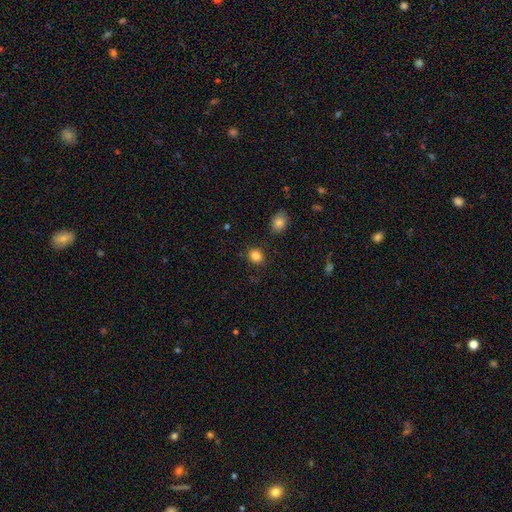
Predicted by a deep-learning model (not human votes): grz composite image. It shows a smooth galaxy with no disk features (85%) that is round (71%). Merging: none (85%).